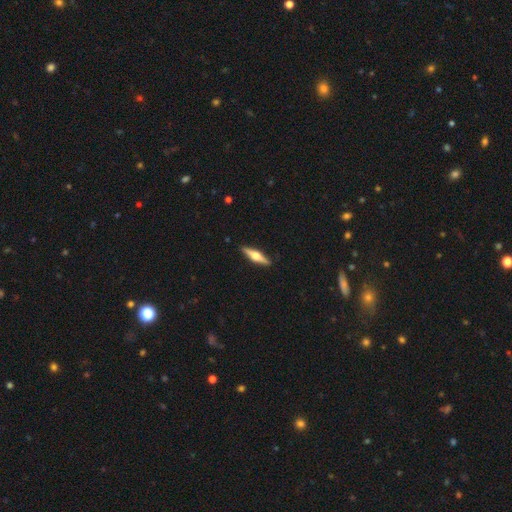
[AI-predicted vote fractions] smooth_or_featured: featured or disk (p=0.66) [alt: smooth p=0.29]
disk_edge_on: yes (p=0.97) [alt: no p=0.03]
edge_on_bulge: rounded (p=0.95) [alt: boxy p=0.04]
merging: none (p=0.91) [alt: minor disturbance p=0.07]